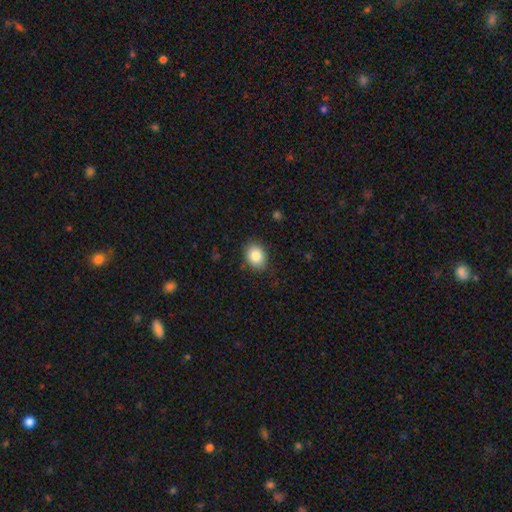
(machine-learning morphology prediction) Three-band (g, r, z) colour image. It shows a smooth galaxy with no disk features (85%) that is in between round and cigar-shaped (66%). Merging: none (84%).